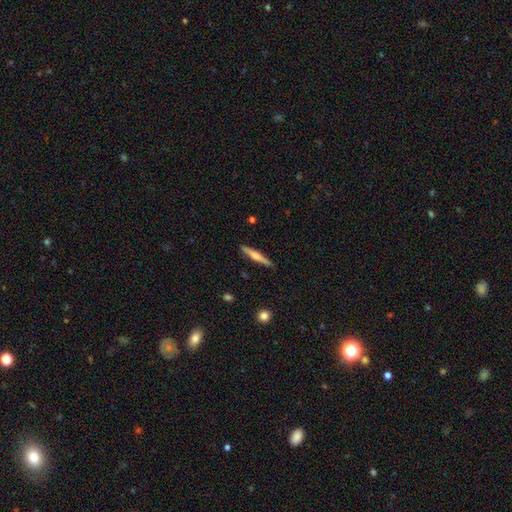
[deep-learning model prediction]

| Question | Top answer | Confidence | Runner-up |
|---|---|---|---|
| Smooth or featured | smooth | 49% | featured or disk (45%) |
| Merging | none | 88% | minor disturbance (9%) |